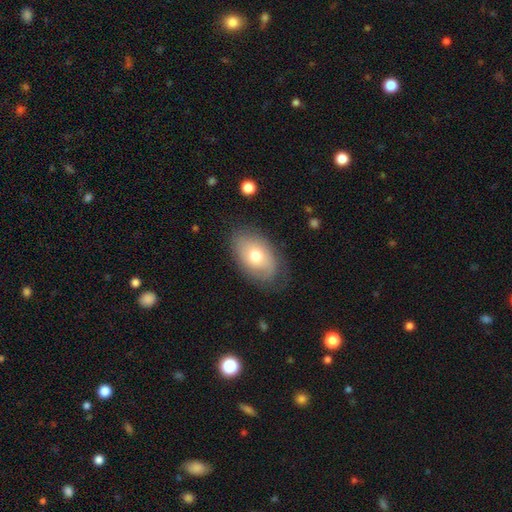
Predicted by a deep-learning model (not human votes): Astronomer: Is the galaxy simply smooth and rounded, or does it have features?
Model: smooth — 64%.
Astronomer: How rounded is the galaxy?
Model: in between — 90%.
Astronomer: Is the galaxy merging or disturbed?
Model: none — 76%.